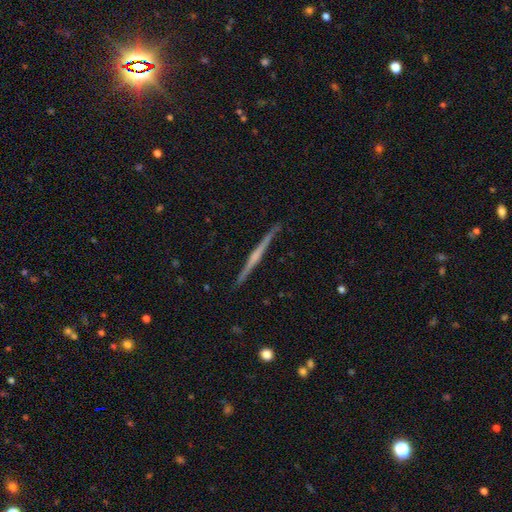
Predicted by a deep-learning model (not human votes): Smooth or featured: featured or disk — 75% (smooth — 20%)
Edge-on disk: yes — 98% (no — 2%)
Edge-on bulge: rounded — 45% (none — 41%)
Merging: none — 91% (minor disturbance — 6%)